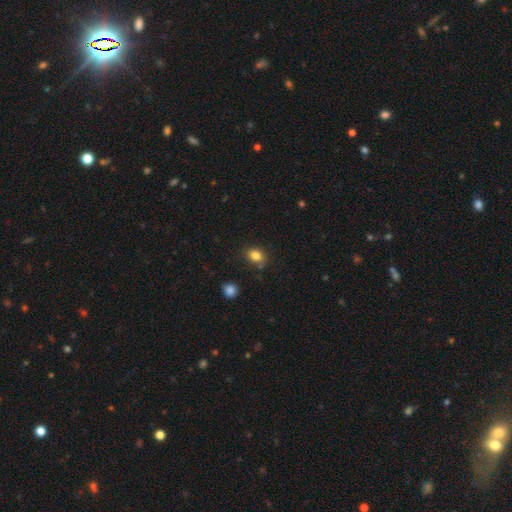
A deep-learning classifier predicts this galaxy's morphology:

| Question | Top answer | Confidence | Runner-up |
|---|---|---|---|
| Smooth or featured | smooth | 83% | star or artifact (11%) |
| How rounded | in between | 63% | round (36%) |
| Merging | none | 79% | minor disturbance (14%) |